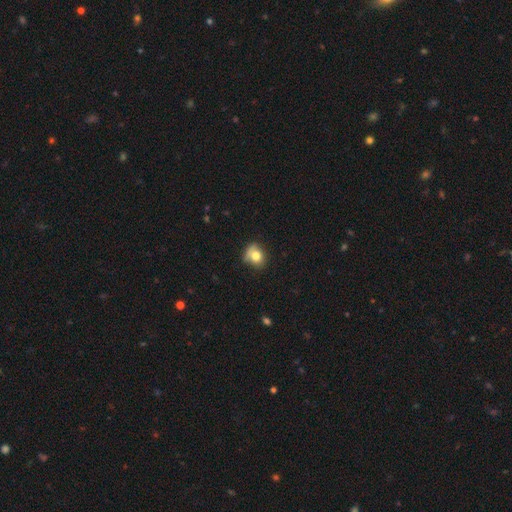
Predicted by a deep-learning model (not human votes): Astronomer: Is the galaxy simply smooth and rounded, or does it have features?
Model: smooth — 75%.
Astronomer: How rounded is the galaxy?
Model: round — 64%.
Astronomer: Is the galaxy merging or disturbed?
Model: none — 49% (runner-up: minor disturbance, 32%).